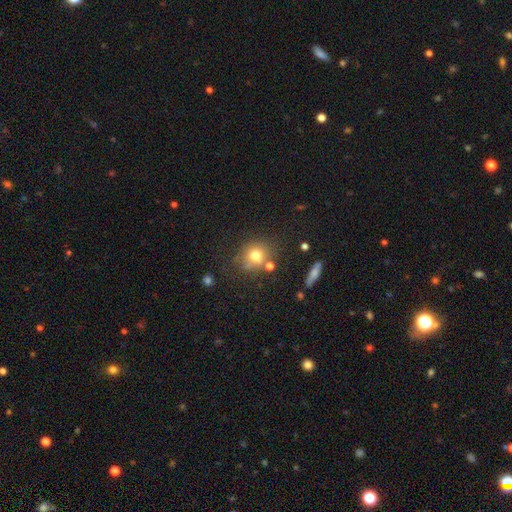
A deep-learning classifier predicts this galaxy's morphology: Q: Smooth or featured?
A: smooth (74%); runner-up: star or artifact (13%)
Q: How rounded?
A: round (78%); runner-up: in between (21%)
Q: Merging?
A: none (66%); runner-up: minor disturbance (16%)